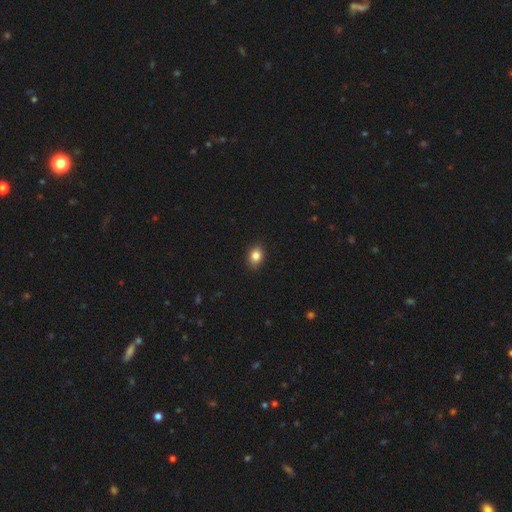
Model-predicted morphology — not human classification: This appears to be a smooth galaxy with no disk features (85%) that is in between round and cigar-shaped (60%). Merging: none (89%).